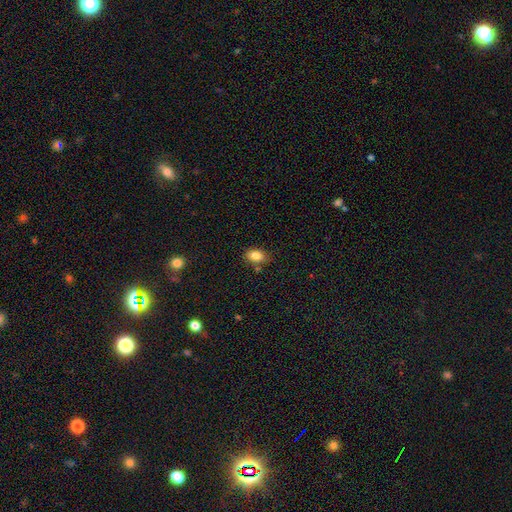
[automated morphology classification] smooth 84%, star or artifact 9%, featured or disk 7%. Down the decision tree: how rounded — in between (81%); merging — none (75%).